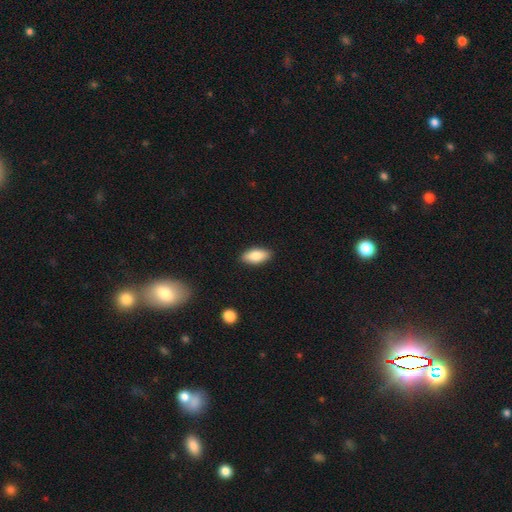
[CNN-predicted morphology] smooth 84%, featured or disk 10%, star or artifact 6%. Down the decision tree: how rounded — in between (87%); merging — none (88%).